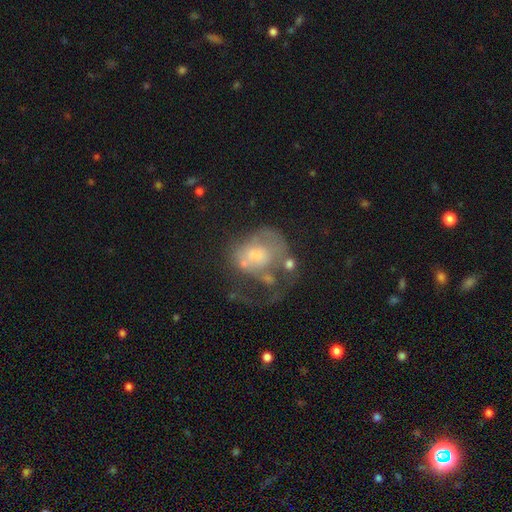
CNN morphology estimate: Smooth or featured? Predicted: featured or disk (p=0.54). Edge-on disk? Predicted: no (p=0.97). Bar? Predicted: no (p=0.80). Spiral arms? Predicted: no (p=0.66). Bulge size? Predicted: moderate (p=0.42). Merging? Predicted: major disturbance (p=0.47).